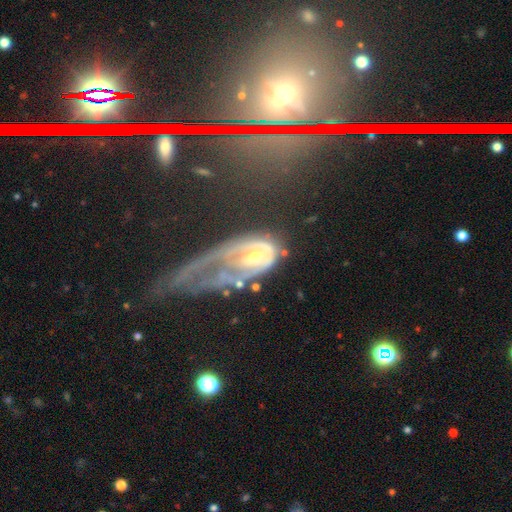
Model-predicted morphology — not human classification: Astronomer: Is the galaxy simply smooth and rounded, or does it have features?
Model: featured or disk — 71%.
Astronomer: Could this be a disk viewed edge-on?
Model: no — 94%.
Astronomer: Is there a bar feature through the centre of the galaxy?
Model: no — 71%.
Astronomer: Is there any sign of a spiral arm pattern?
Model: yes — 62% (runner-up: no, 38%).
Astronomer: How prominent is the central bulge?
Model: moderate — 51% (runner-up: small, 40%).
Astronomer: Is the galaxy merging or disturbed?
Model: major disturbance — 58%.